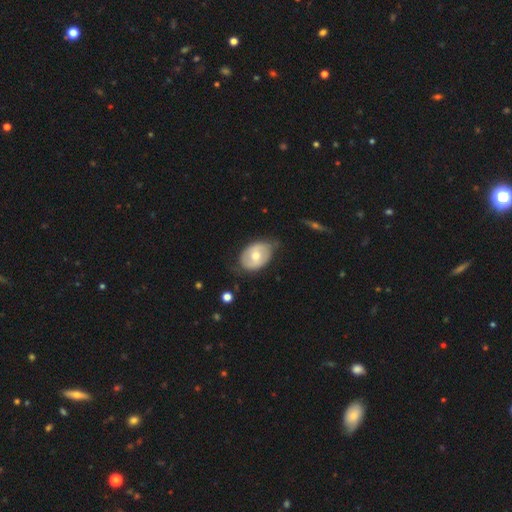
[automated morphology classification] This appears to be a smooth galaxy with no disk features (49%). Merging: none (63%).